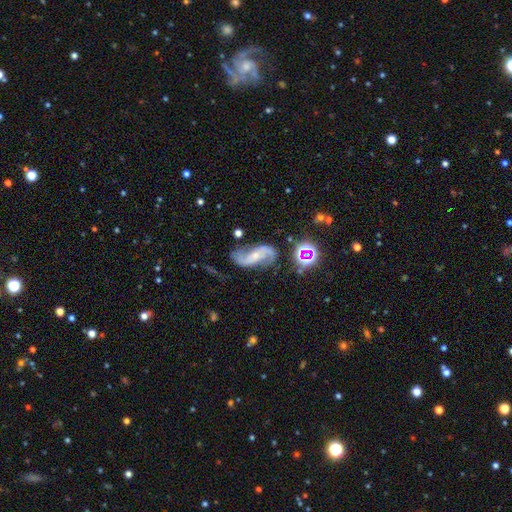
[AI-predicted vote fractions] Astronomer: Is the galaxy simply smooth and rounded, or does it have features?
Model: featured or disk — 83%.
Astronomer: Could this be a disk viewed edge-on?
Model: no — 96%.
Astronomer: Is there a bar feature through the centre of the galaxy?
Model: no — 44% (runner-up: weak, 33%).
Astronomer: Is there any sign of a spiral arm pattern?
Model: yes — 96%.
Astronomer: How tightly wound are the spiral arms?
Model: loose — 58%.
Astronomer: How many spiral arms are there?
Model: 2 — 91%.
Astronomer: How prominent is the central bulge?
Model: small — 64%.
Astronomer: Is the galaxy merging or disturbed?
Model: none — 65%.